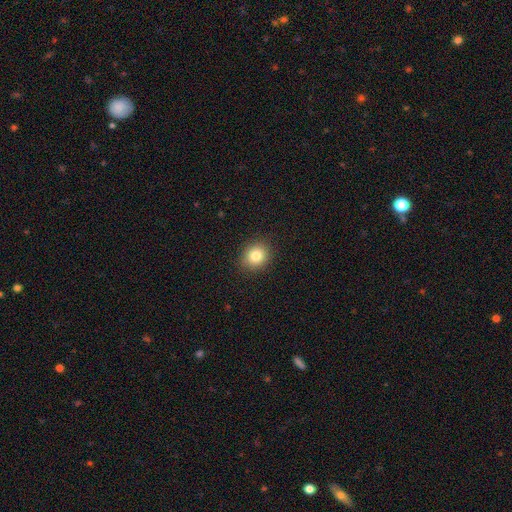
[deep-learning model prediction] Q: Smooth or featured?
A: smooth (82%); runner-up: star or artifact (11%)
Q: How rounded?
A: round (77%); runner-up: in between (22%)
Q: Merging?
A: none (90%); runner-up: minor disturbance (7%)